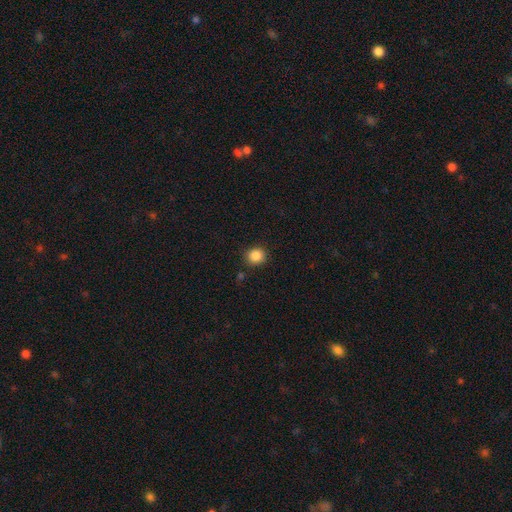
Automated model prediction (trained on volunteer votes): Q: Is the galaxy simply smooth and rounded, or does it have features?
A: smooth — 86%.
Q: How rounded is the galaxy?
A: round — 83%.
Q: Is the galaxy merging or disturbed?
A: none — 87%.